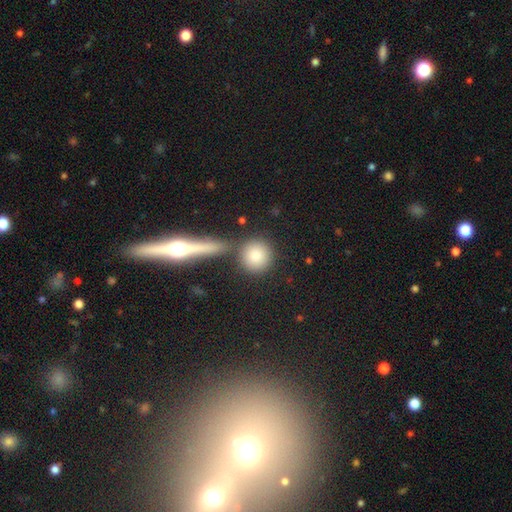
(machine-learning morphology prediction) This is clearly a smooth galaxy (84%). How rounded: clearly round (89%). Merging: likely none (72%).